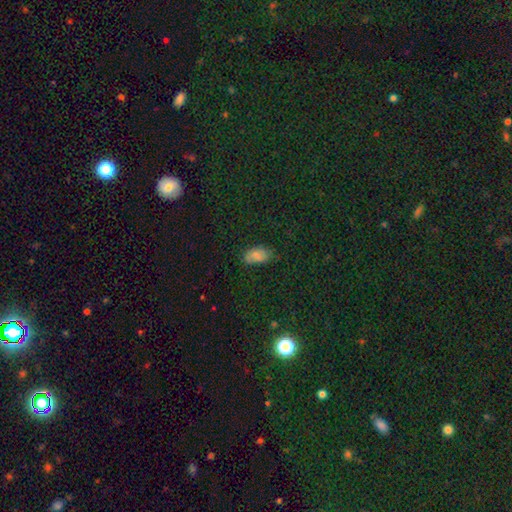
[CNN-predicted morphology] This is likely a smooth galaxy (77%). How rounded: clearly in between (92%). Merging: likely none (68%).